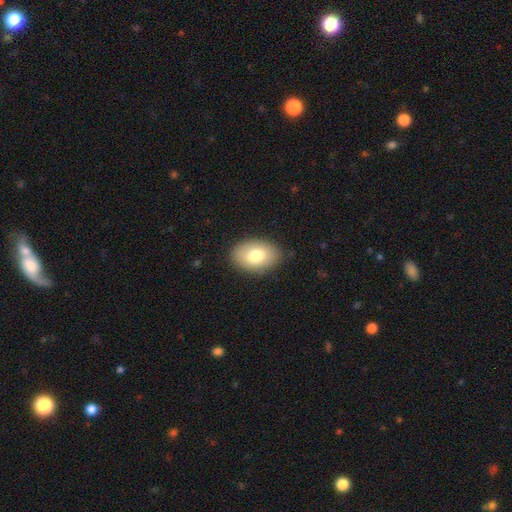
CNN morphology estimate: The model was most divided on "smooth or featured": smooth: 78%, featured or disk: 15%, star or artifact: 8%. More confident: how rounded — in between (87%); merging — none (86%).